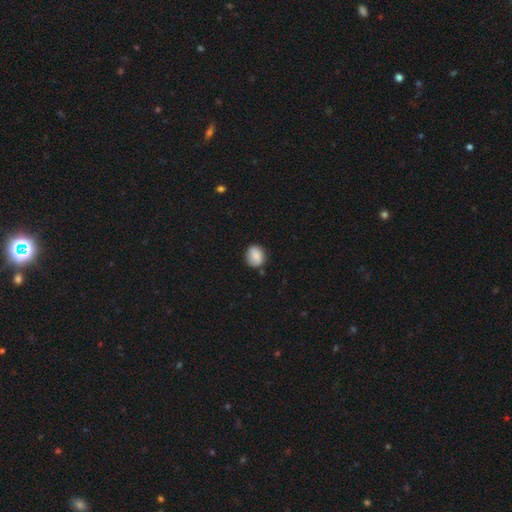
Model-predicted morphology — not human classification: smooth-or-featured: smooth: 85% | star or artifact: 8% | featured or disk: 7%
  how-rounded: round: 61% | in between: 38% | cigar-shaped: 1%
  merging: none: 74% | minor disturbance: 20% | major disturbance: 4% | merger: 2%